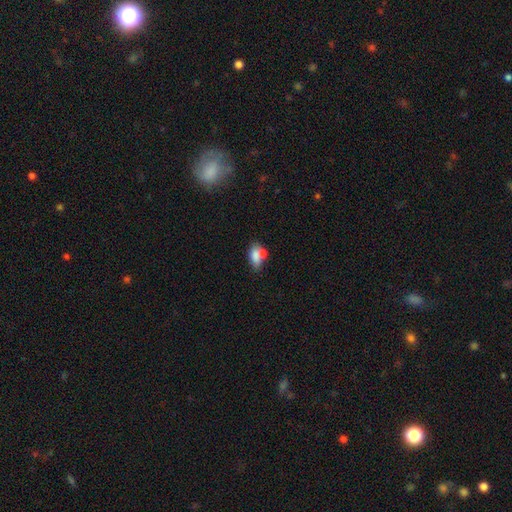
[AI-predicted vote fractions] Smooth or featured: smooth — 71% (featured or disk — 19%)
How rounded: in between — 84% (round — 11%)
Merging: merger — 41% (none — 33%)